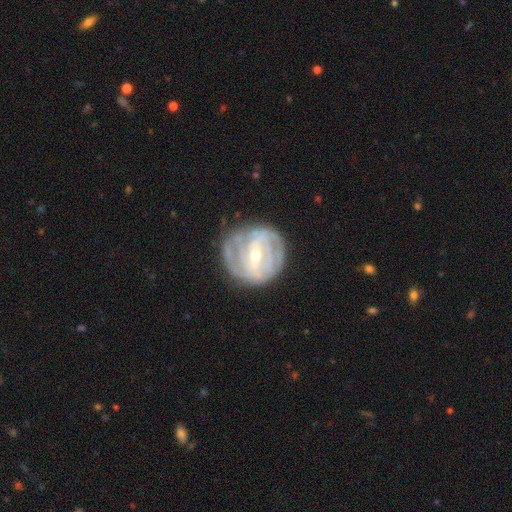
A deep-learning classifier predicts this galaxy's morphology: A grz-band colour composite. It shows a featured or disk galaxy (84%) with a weak bar (44%), tight (67%) spiral arms (89%) and a small central bulge (55%). Merging: none (75%).